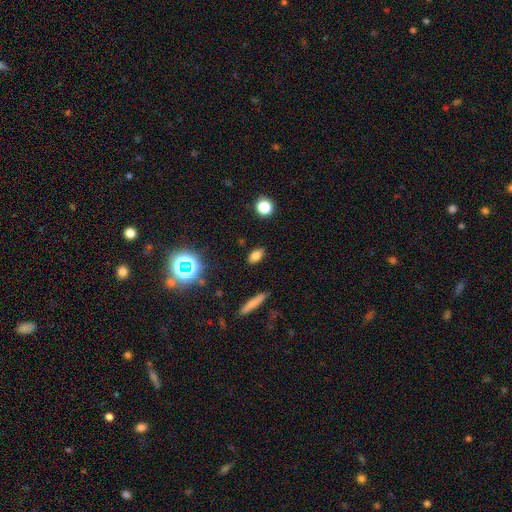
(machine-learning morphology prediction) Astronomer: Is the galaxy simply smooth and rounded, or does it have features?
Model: smooth — 75%.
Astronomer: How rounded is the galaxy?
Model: in between — 82%.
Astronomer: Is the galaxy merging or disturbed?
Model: none — 86%.